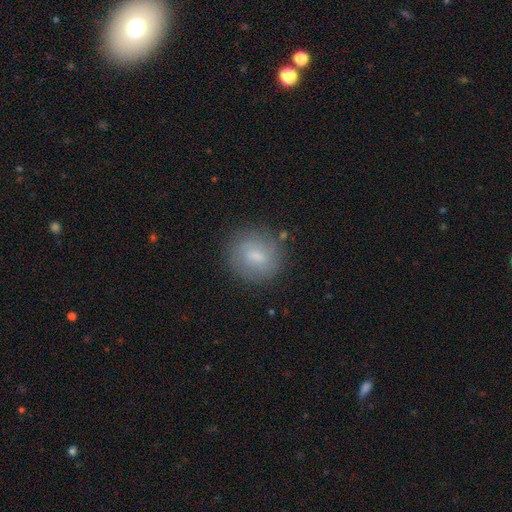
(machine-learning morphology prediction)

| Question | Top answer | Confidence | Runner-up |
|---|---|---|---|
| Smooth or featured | smooth | 64% | featured or disk (27%) |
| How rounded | round | 78% | in between (20%) |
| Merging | none | 79% | minor disturbance (14%) |